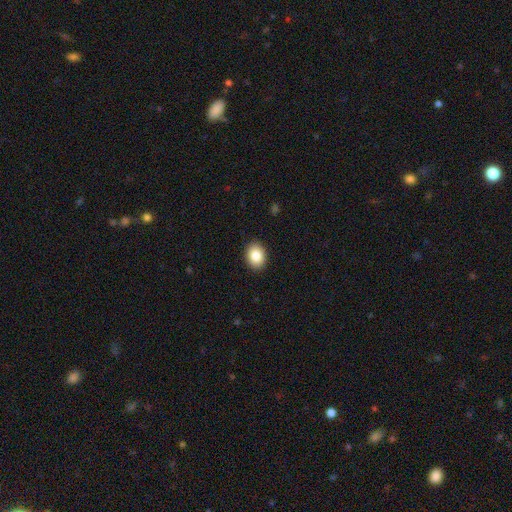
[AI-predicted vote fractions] Smooth or featured: smooth — 86% (star or artifact — 8%)
How rounded: in between — 64% (round — 35%)
Merging: none — 90% (minor disturbance — 7%)